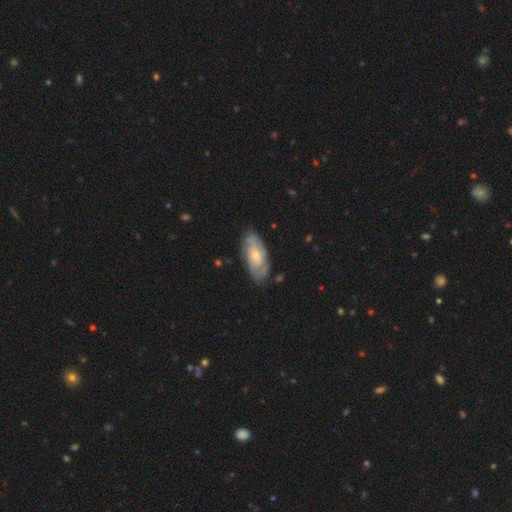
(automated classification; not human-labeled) Smooth or featured? featured or disk (79%)
Edge-on disk? no (94%)
Bar? no (65%)
Spiral arms? yes (92%)
Spiral winding? tight (62%)
Spiral arm count? 2 (43%)
Bulge size? small (52%)
Merging? none (76%)